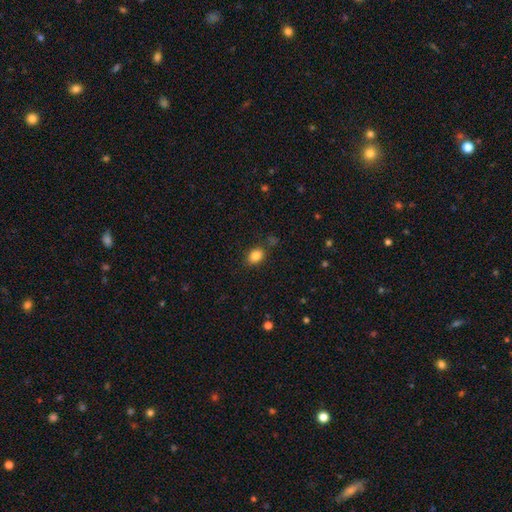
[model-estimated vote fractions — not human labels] The model was most divided on "how rounded": in between: 66%, round: 33%, cigar-shaped: 1%. More confident: smooth or featured — smooth (84%); merging — none (81%).